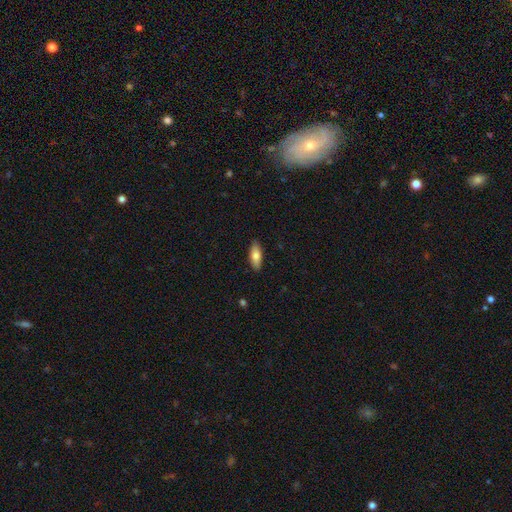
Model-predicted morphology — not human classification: smooth 75%, featured or disk 19%, star or artifact 6%. Down the decision tree: how rounded — in between (73%); merging — none (89%).